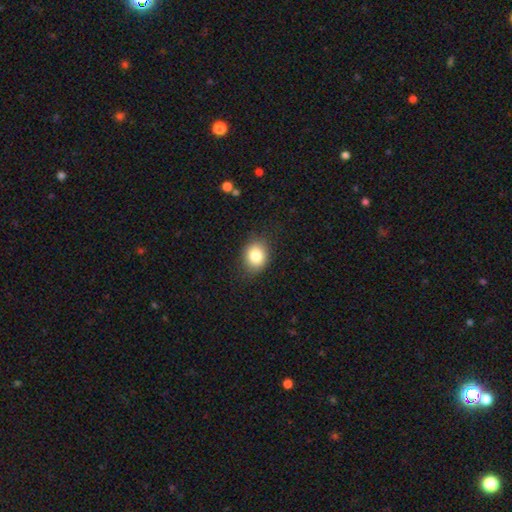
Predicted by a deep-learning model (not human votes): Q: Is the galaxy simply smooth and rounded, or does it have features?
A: smooth — 82%.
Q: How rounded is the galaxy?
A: round — 59%.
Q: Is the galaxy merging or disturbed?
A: none — 84%.